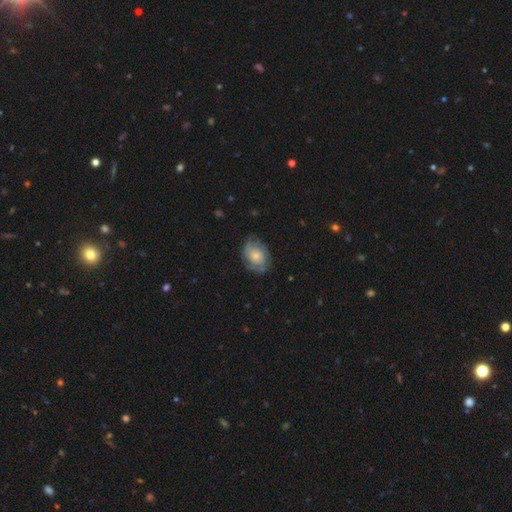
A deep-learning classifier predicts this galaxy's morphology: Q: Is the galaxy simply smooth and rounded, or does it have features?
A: featured or disk — 49%.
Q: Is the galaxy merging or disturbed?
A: none — 67%.